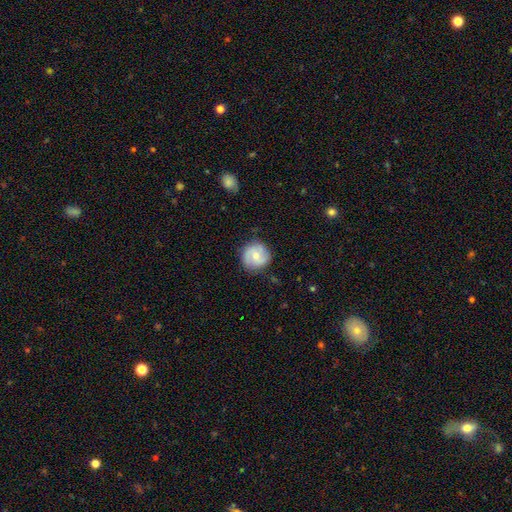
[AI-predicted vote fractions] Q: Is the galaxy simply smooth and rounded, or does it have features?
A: featured or disk — 55%.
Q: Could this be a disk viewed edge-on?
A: no — 98%.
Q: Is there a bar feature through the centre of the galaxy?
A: no — 56%.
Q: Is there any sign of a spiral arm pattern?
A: yes — 86%.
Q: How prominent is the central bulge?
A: moderate — 49%.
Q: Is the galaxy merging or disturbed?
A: none — 81%.